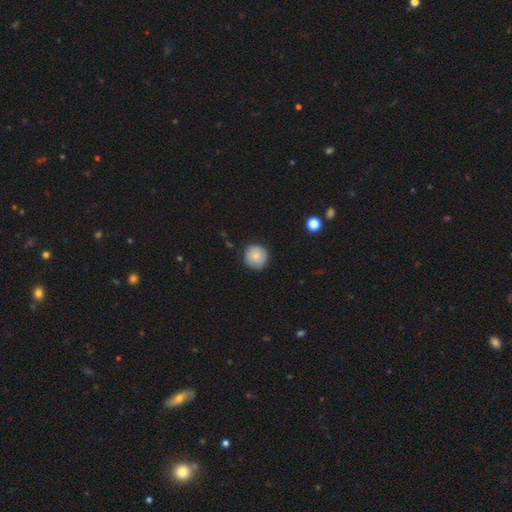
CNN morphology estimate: A smooth galaxy with no disk features (81%) that is round (94%).

Vote fractions:
- Smooth or featured? smooth: 81% / featured or disk: 12% / star or artifact: 7%
- How rounded? round: 94% / in between: 5% / cigar-shaped: 1%
- Merging? none: 85% / minor disturbance: 11% / major disturbance: 2% / merger: 1%